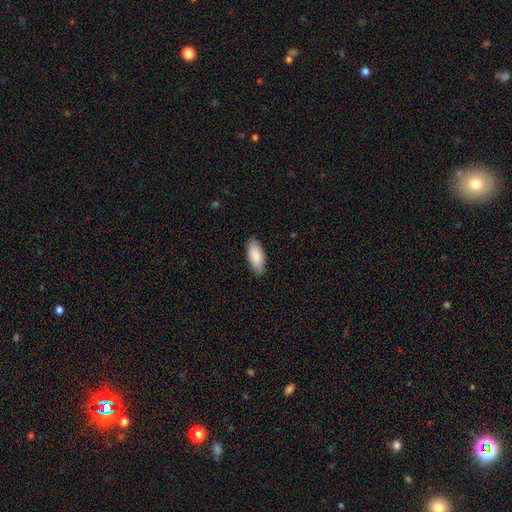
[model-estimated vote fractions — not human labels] Smooth or featured: smooth — 88% (featured or disk — 7%)
How rounded: in between — 88% (cigar-shaped — 10%)
Merging: none — 85% (minor disturbance — 12%)